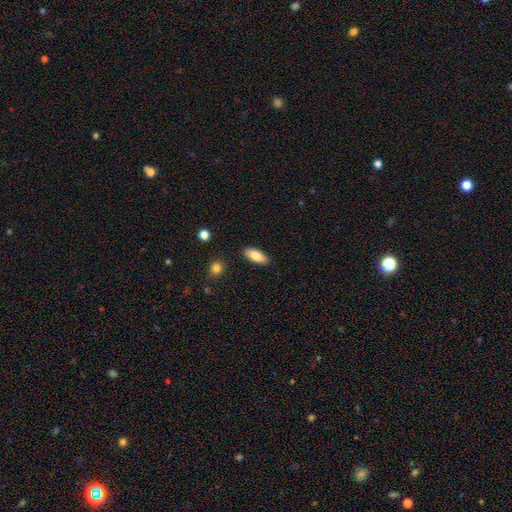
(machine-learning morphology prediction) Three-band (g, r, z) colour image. It shows a smooth galaxy with no disk features (82%) that is in between round and cigar-shaped (82%). Merging: none (88%).